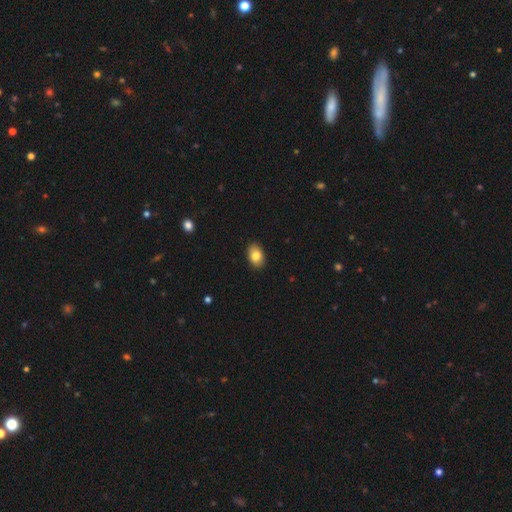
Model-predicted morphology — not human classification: Smooth or featured? Predicted: smooth (p=0.83). How rounded? Predicted: in between (p=0.87). Merging? Predicted: none (p=0.90).